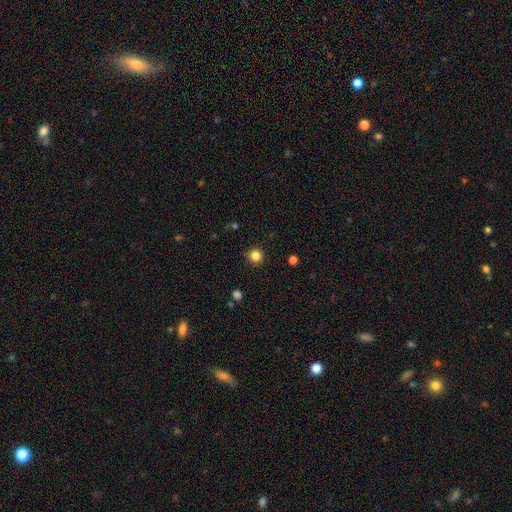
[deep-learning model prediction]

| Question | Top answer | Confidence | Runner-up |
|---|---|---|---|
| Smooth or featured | smooth | 83% | star or artifact (13%) |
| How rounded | round | 94% | in between (5%) |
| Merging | none | 89% | minor disturbance (7%) |